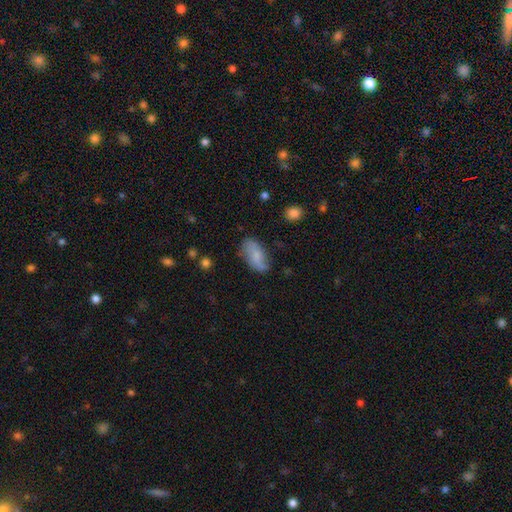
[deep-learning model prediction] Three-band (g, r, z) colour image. It shows a smooth galaxy with no disk features (70%) that is in between round and cigar-shaped (88%). Merging: none (68%).